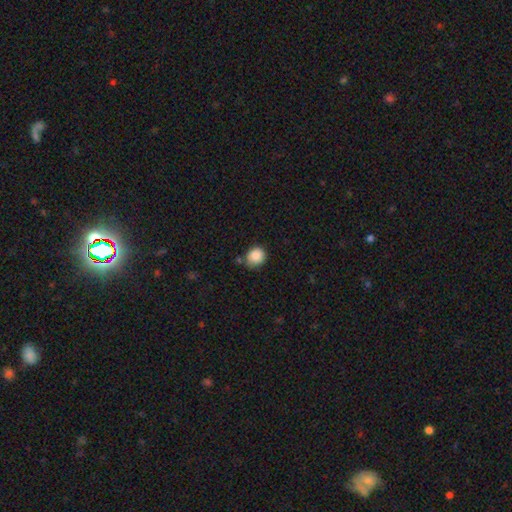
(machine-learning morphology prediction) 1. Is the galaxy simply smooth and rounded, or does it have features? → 87% smooth, 9% star or artifact, 4% featured or disk.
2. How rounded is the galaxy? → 81% round, 18% in between, 1% cigar-shaped.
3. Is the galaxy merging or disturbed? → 68% none, 21% minor disturbance, 7% merger, 4% major disturbance.